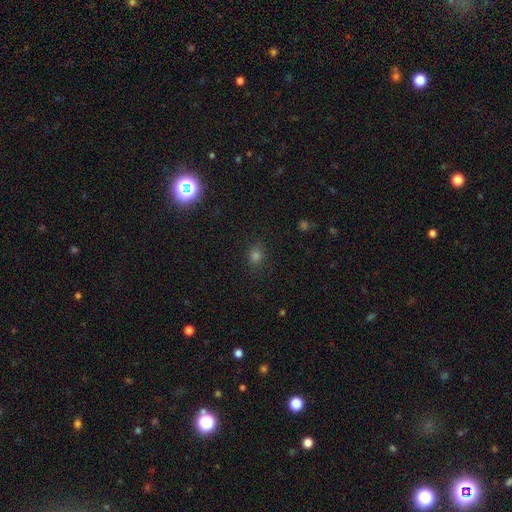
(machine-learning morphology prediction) smooth 70%, star or artifact 24%, featured or disk 5%. Down the decision tree: how rounded — round (76%); merging — none (86%).